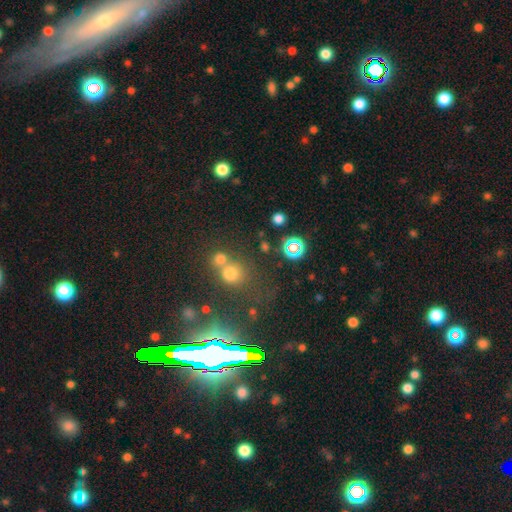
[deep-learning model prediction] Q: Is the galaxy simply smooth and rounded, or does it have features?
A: star or artifact — 70%.